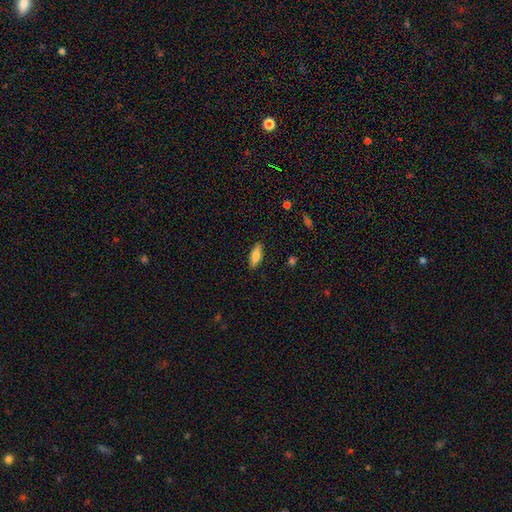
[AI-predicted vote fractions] Smooth or featured? Predicted: smooth (p=0.75). How rounded? Predicted: in between (p=0.66). Merging? Predicted: none (p=0.88).